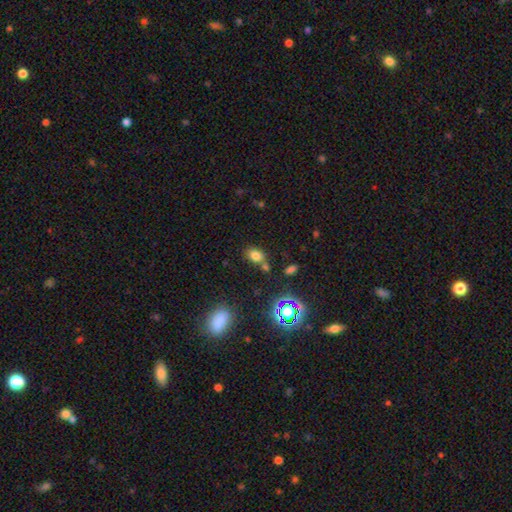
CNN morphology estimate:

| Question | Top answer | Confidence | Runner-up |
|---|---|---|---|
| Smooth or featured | smooth | 73% | star or artifact (19%) |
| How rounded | in between | 68% | round (30%) |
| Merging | none | 63% | merger (18%) |